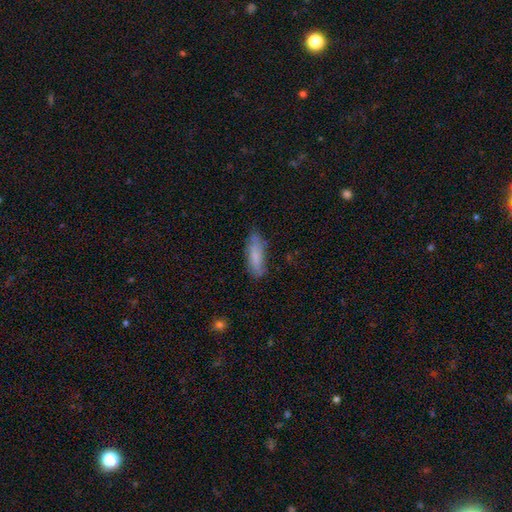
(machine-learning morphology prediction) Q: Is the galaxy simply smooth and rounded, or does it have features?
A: smooth — 76%.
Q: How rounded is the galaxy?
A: in between — 51%.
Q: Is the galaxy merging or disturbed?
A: none — 72%.